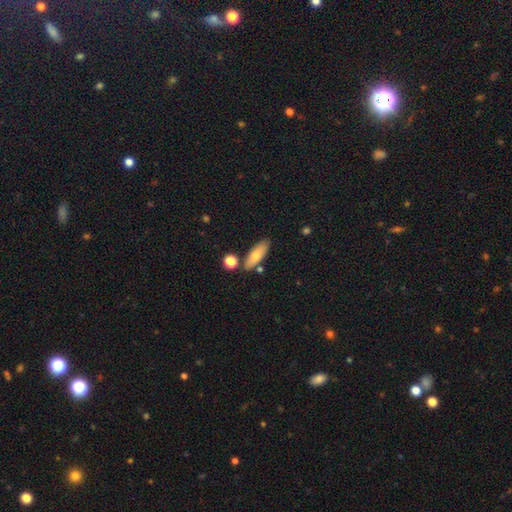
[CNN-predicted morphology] Q: Smooth or featured?
A: smooth (73%); runner-up: featured or disk (21%)
Q: How rounded?
A: in between (55%); runner-up: cigar-shaped (42%)
Q: Merging?
A: none (77%); runner-up: minor disturbance (13%)